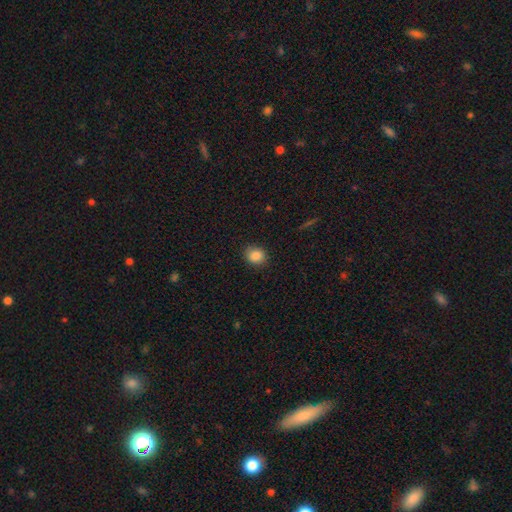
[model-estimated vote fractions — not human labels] smooth-or-featured: smooth: 86% | star or artifact: 10% | featured or disk: 4%
  how-rounded: round: 73% | in between: 26% | cigar-shaped: 1%
  merging: none: 88% | minor disturbance: 9% | major disturbance: 2% | merger: 1%